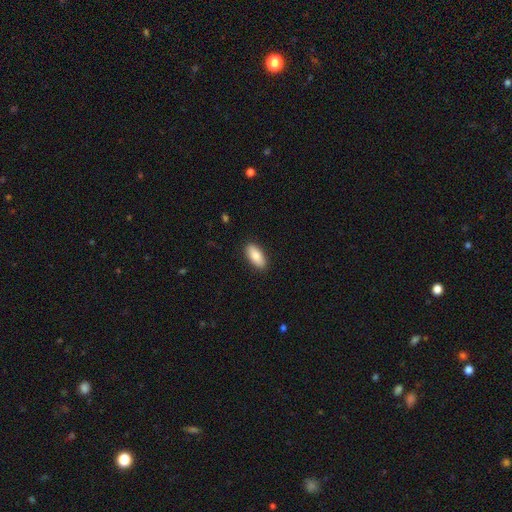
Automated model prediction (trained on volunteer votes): smooth 84%, featured or disk 10%, star or artifact 6%. Down the decision tree: how rounded — in between (87%); merging — none (90%).